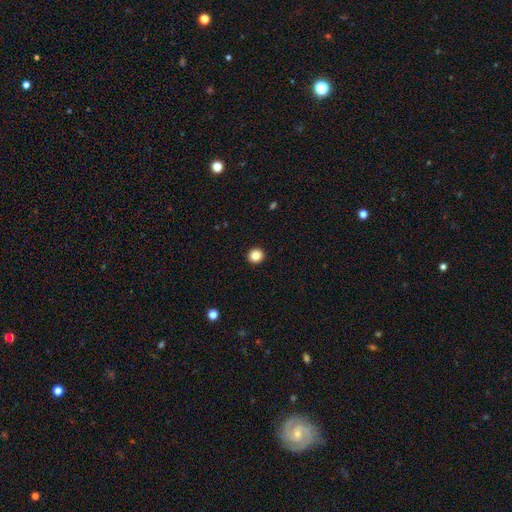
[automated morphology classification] Overall: smooth (86%). How rounded: round (91%). Merging: none (93%).